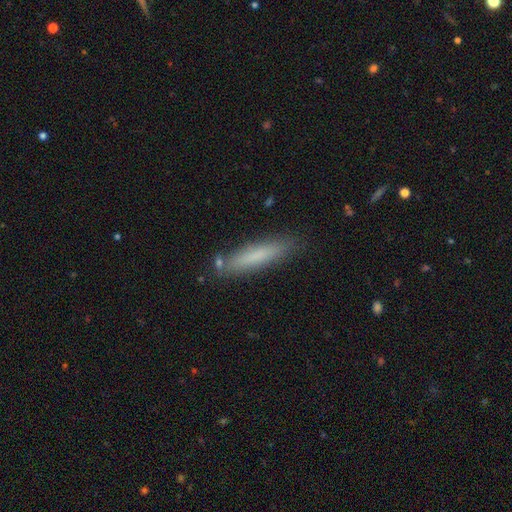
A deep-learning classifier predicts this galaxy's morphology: Q: Smooth or featured?
A: smooth (74%); runner-up: featured or disk (18%)
Q: How rounded?
A: cigar-shaped (86%); runner-up: in between (13%)
Q: Merging?
A: none (82%); runner-up: minor disturbance (12%)